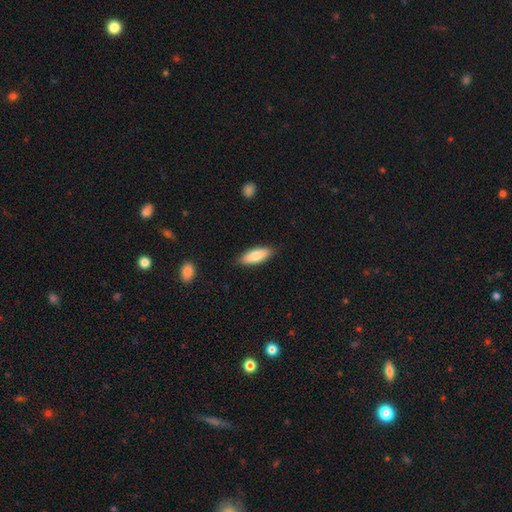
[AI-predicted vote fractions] The model was most divided on "how rounded": in between: 63%, cigar-shaped: 35%, round: 2%. More confident: merging — none (86%); smooth or featured — smooth (82%).